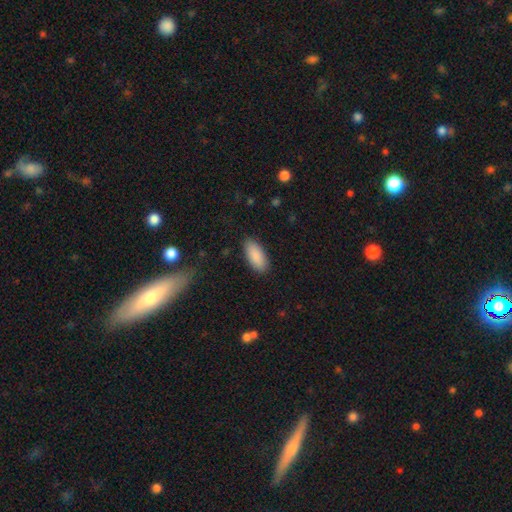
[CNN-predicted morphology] type=smooth (89%); roundness=in between (89%); merging=none (88%).